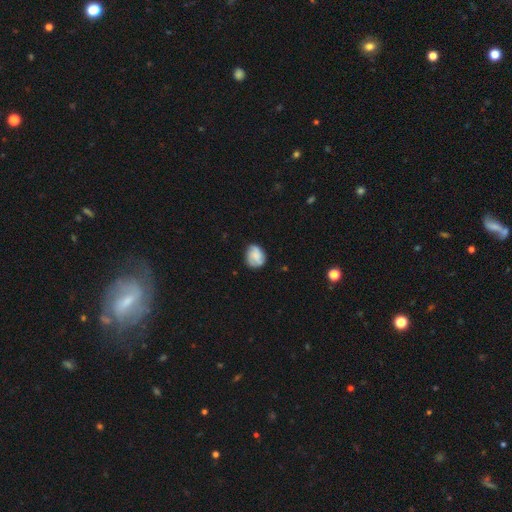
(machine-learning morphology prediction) A smooth galaxy with no disk features (61%) that is round (59%).

Vote fractions:
- Smooth or featured? smooth: 61% / featured or disk: 31% / star or artifact: 8%
- How rounded? round: 59% / in between: 40% / cigar-shaped: 1%
- Merging? none: 68% / minor disturbance: 23% / major disturbance: 7% / merger: 2%